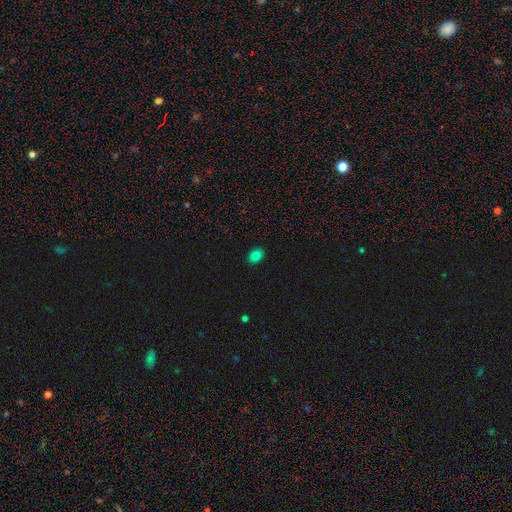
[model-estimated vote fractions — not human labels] smooth 82%, star or artifact 13%, featured or disk 5%. Down the decision tree: how rounded — in between (71%); merging — none (90%).